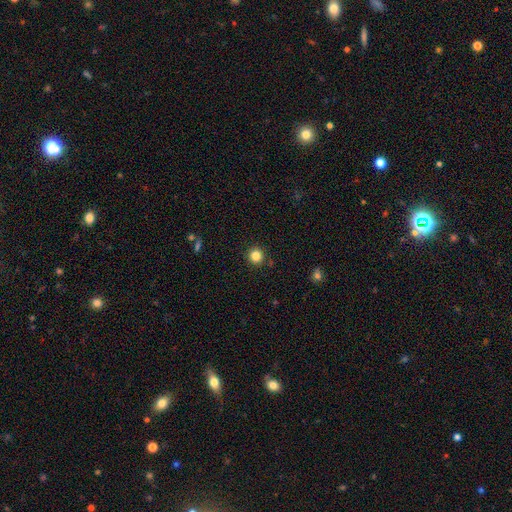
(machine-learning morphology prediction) A smooth galaxy with no disk features (84%) that is round (94%). Merging: none (91%).